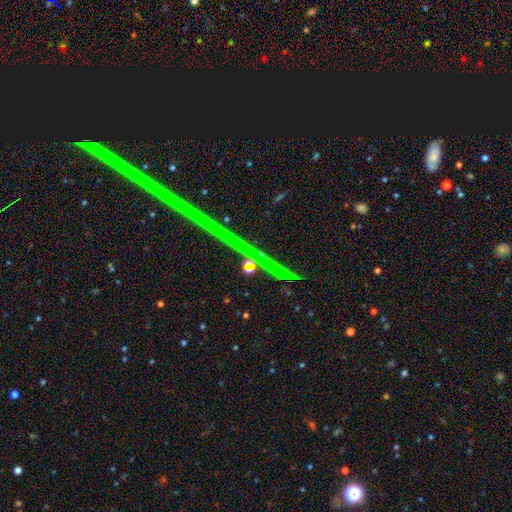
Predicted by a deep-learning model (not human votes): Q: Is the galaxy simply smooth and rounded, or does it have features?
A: star or artifact — 87%.